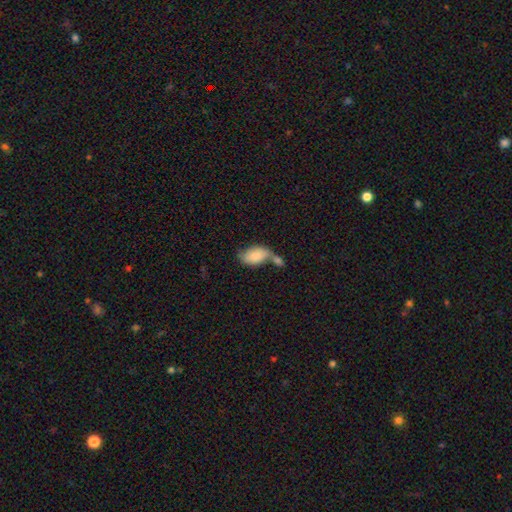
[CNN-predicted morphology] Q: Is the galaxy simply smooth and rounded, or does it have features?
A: smooth — 78%.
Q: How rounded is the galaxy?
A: in between — 93%.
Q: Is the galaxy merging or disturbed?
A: merger — 51%.